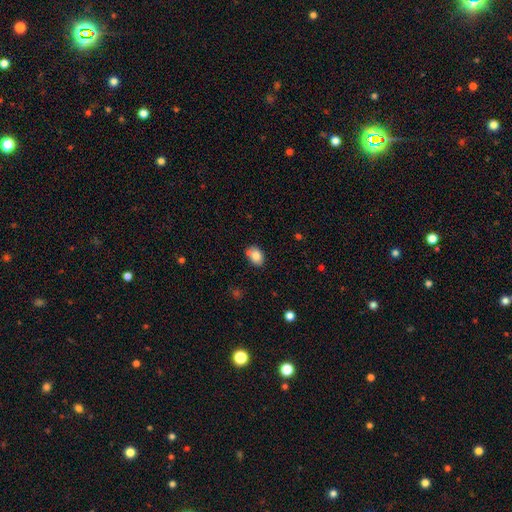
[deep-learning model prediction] A smooth galaxy with no disk features (83%) that is in between round and cigar-shaped (74%). Merging: none (64%).